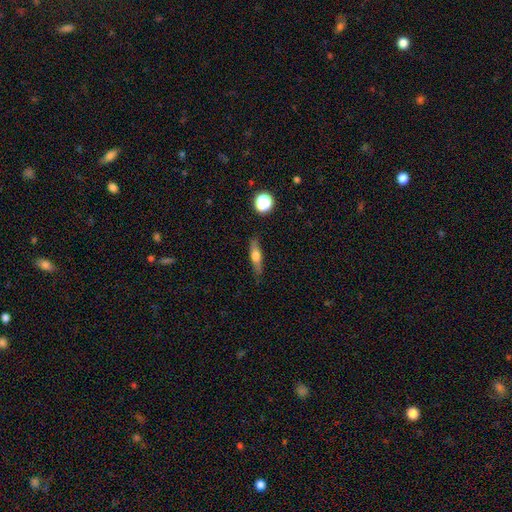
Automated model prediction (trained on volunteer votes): A smooth galaxy with no disk features (52%) that is cigar-shaped (66%). Merging: none (83%).